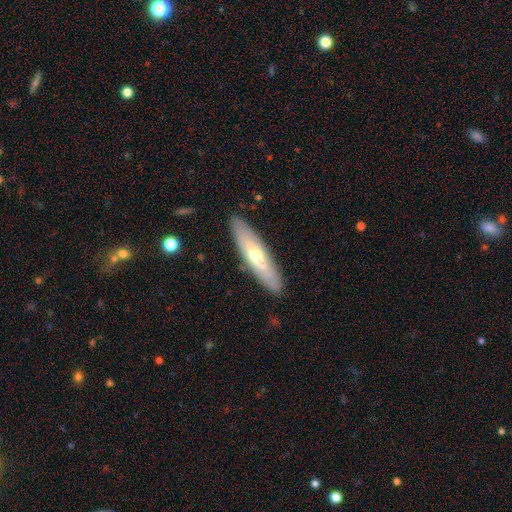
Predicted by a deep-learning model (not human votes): Smooth or featured? featured or disk (57%)
Edge-on disk? yes (54%)
Merging? none (87%)